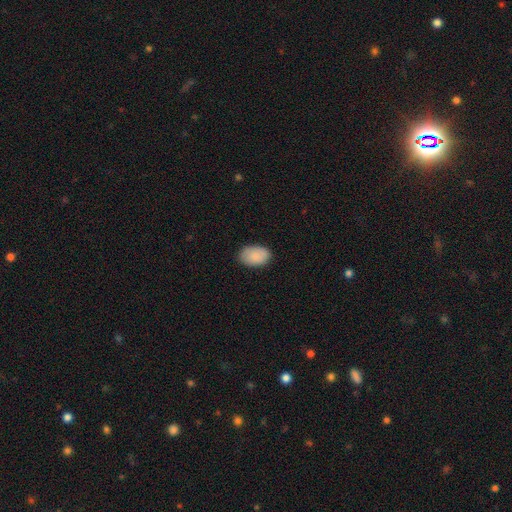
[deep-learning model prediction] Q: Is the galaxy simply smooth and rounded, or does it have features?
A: smooth — 88%.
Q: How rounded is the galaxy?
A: in between — 90%.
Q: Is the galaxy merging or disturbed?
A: none — 85%.